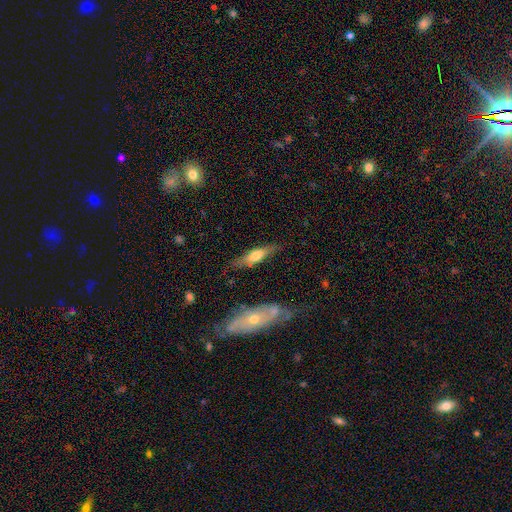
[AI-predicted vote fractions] Smooth or featured: featured or disk — 48% (smooth — 46%)
Merging: none — 75% (minor disturbance — 16%)